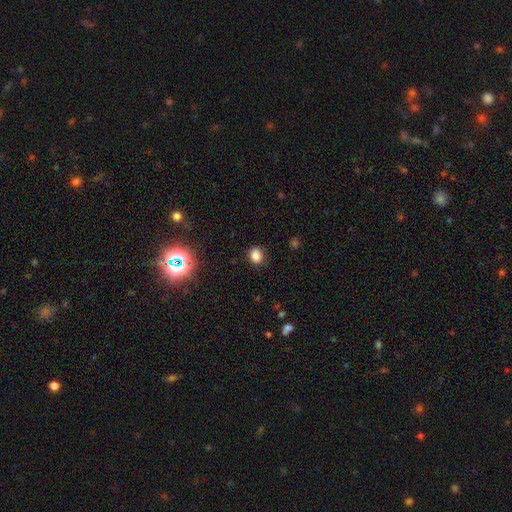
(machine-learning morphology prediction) type=smooth (81%); roundness=round (60%); merging=none (83%).